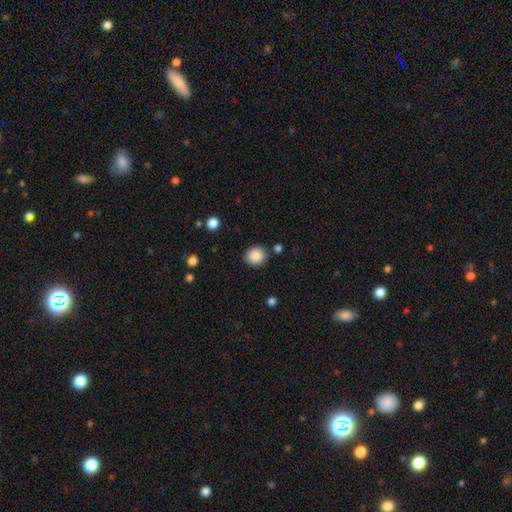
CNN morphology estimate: Smooth or featured: smooth — 88% (star or artifact — 9%)
How rounded: round — 86% (in between — 13%)
Merging: none — 87% (minor disturbance — 8%)